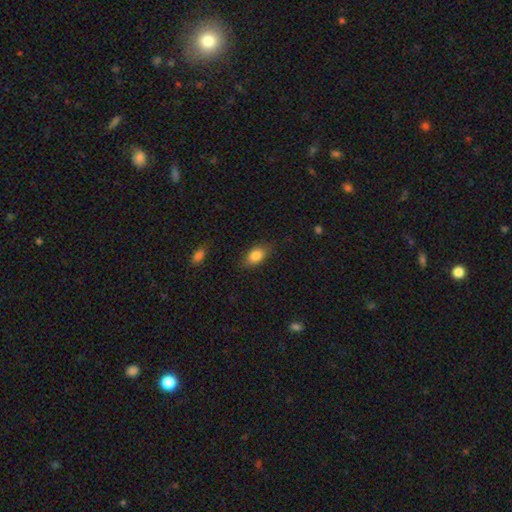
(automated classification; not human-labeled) Overall: smooth (84%). How rounded: in between (85%). Merging: none (80%).